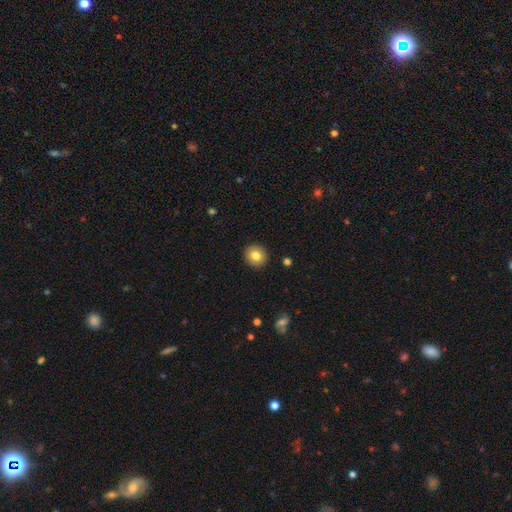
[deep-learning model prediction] This appears to be a smooth galaxy with no disk features (81%) that is round (88%). Merging: none (91%).